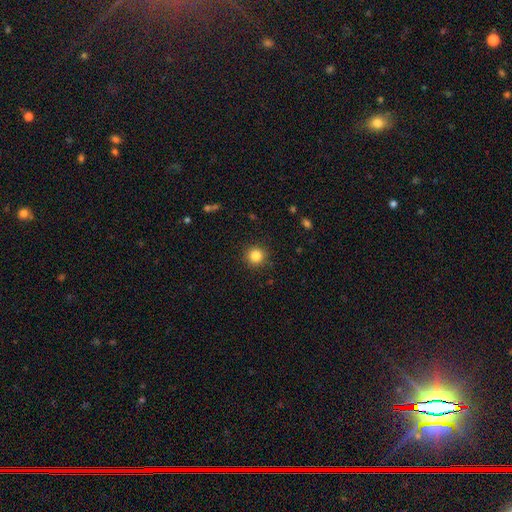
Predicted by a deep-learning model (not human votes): This appears to be a smooth galaxy with no disk features (84%) that is round (94%). Merging: none (91%).